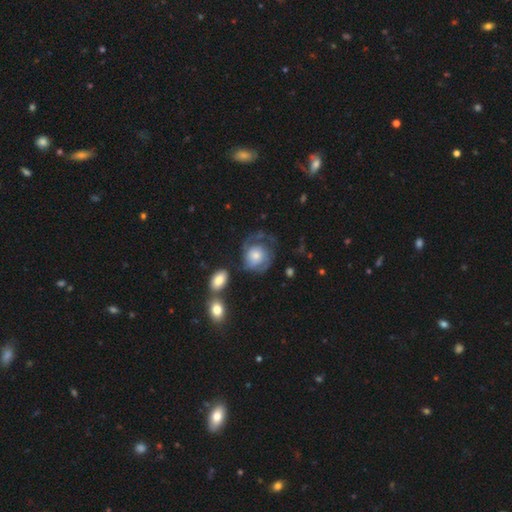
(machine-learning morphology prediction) A featured or disk galaxy (70%) with no bar (79%), 2 (45%) tight (45%) spiral arms (88%) and a moderate central bulge (45%). Merging: none (49%).